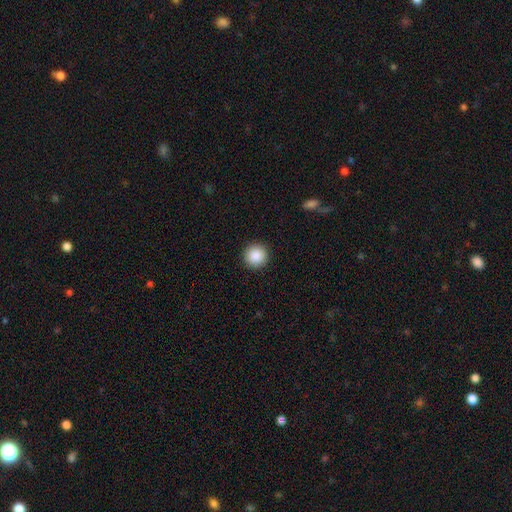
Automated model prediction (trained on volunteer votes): Smooth or featured? smooth (88%)
How rounded? round (96%)
Merging? none (93%)